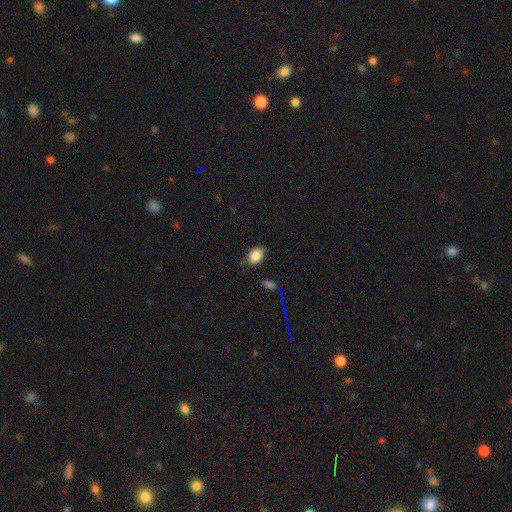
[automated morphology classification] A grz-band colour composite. It shows a smooth galaxy with no disk features (86%) that is in between round and cigar-shaped (76%). Merging: none (81%).